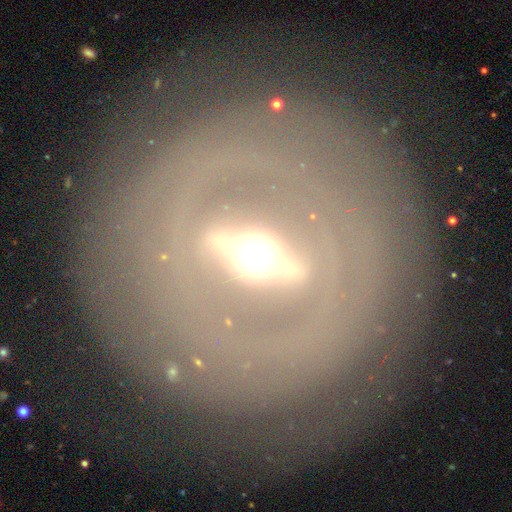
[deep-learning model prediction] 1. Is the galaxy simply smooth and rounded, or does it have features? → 81% featured or disk, 12% smooth, 6% star or artifact.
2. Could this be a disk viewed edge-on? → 77% no, 23% yes.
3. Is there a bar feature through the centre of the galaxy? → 70% strong, 20% weak, 10% no.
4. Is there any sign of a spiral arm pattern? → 64% no, 36% yes.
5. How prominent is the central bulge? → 65% moderate, 18% small, 13% large, 2% dominant, 1% none.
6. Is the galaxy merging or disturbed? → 81% none, 10% minor disturbance, 7% major disturbance, 2% merger.